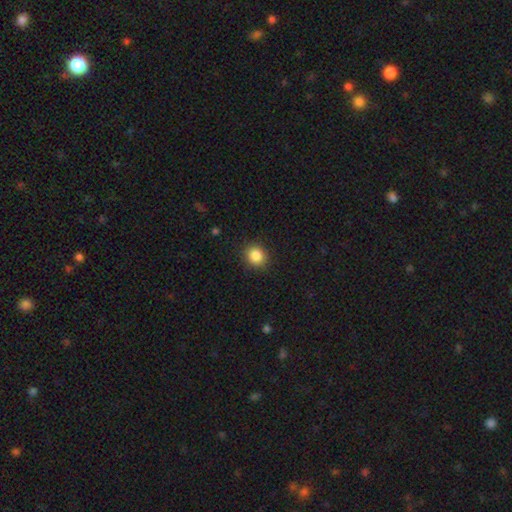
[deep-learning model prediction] smooth 86%, star or artifact 10%, featured or disk 4%. Down the decision tree: how rounded — round (80%); merging — none (89%).